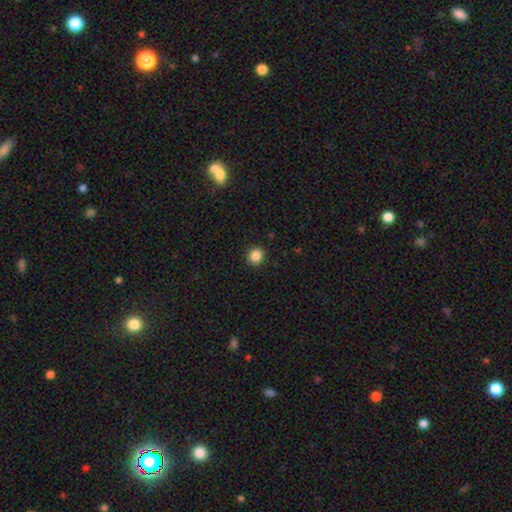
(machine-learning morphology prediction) smooth 86%, star or artifact 11%, featured or disk 3%. Down the decision tree: how rounded — round (90%); merging — none (91%).